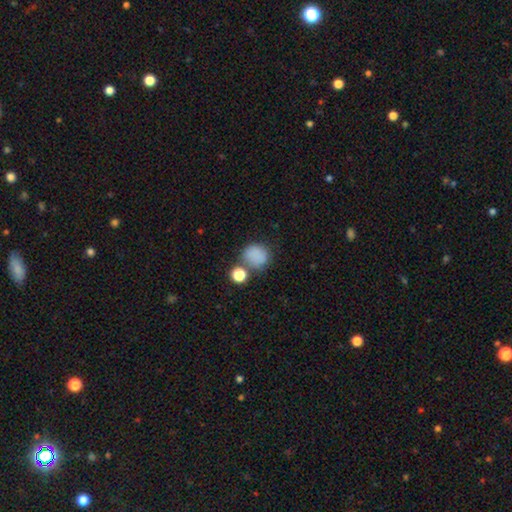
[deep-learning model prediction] Smooth or featured?
  - smooth: 81% *
  - star or artifact: 13%
  - featured or disk: 6%
How rounded?
  - round: 81% *
  - in between: 18%
  - cigar-shaped: 1%
Merging?
  - none: 65% *
  - minor disturbance: 15%
  - merger: 14%
  - major disturbance: 6%